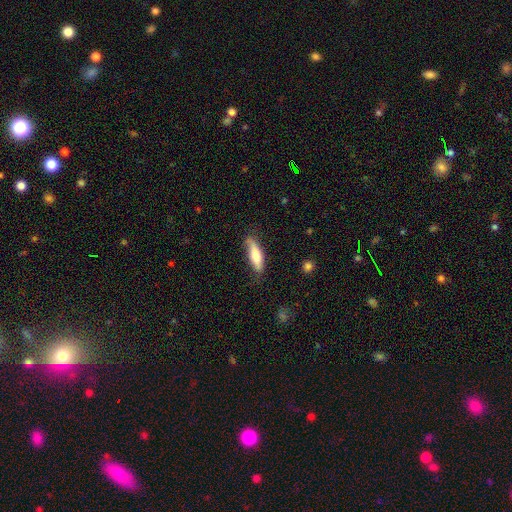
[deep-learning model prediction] smooth-or-featured: smooth: 69% | featured or disk: 25% | star or artifact: 6%
  how-rounded: cigar-shaped: 55% | in between: 43% | round: 2%
  merging: none: 64% | minor disturbance: 27% | major disturbance: 7% | merger: 2%